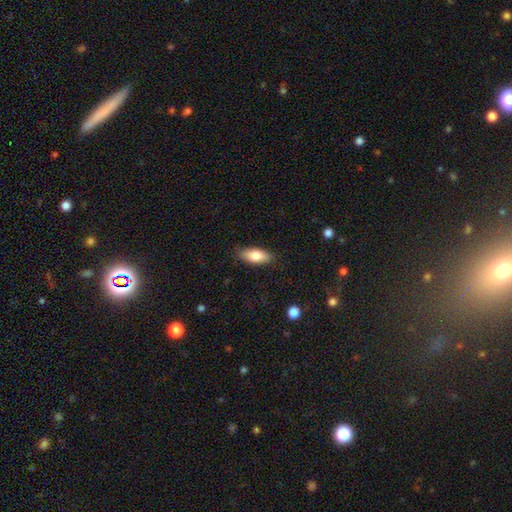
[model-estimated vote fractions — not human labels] smooth 81%, featured or disk 13%, star or artifact 6%. Down the decision tree: how rounded — in between (81%); merging — none (86%).